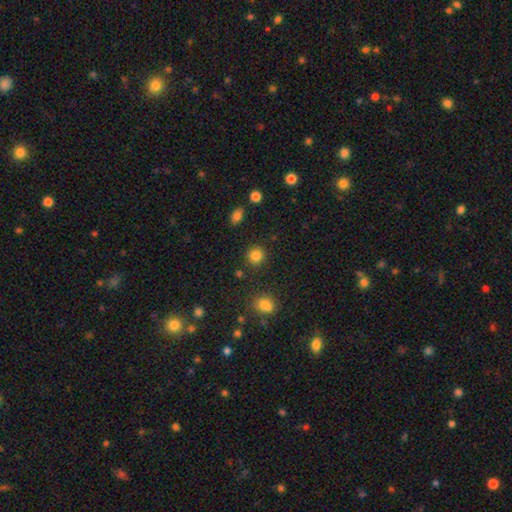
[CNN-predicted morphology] This appears to be a smooth galaxy with no disk features (83%) that is round (89%). Merging: none (87%).